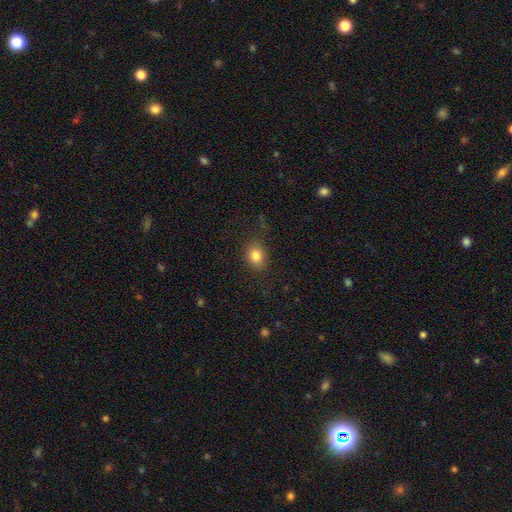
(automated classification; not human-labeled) A smooth galaxy with no disk features (82%) that is in between round and cigar-shaped (52%).

Vote fractions:
- Smooth or featured? smooth: 82% / star or artifact: 10% / featured or disk: 8%
- How rounded? in between: 52% / round: 47% / cigar-shaped: 1%
- Merging? none: 80% / minor disturbance: 14% / major disturbance: 5% / merger: 1%